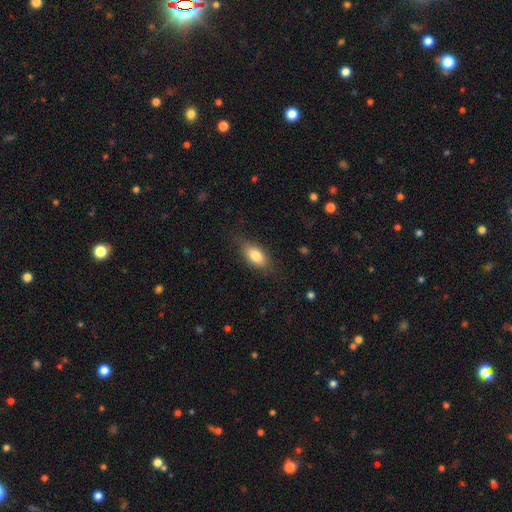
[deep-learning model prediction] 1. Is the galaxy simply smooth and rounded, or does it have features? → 79% smooth, 14% featured or disk, 7% star or artifact.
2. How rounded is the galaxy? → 86% in between, 9% cigar-shaped, 5% round.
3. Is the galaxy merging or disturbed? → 78% none, 16% minor disturbance, 5% major disturbance, 1% merger.